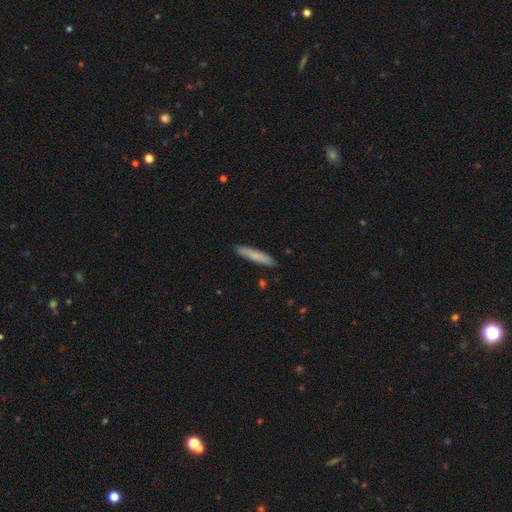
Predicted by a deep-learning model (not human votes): The model was most divided on "smooth or featured": smooth: 77%, featured or disk: 17%, star or artifact: 6%. More confident: how rounded — cigar-shaped (91%); merging — none (89%).